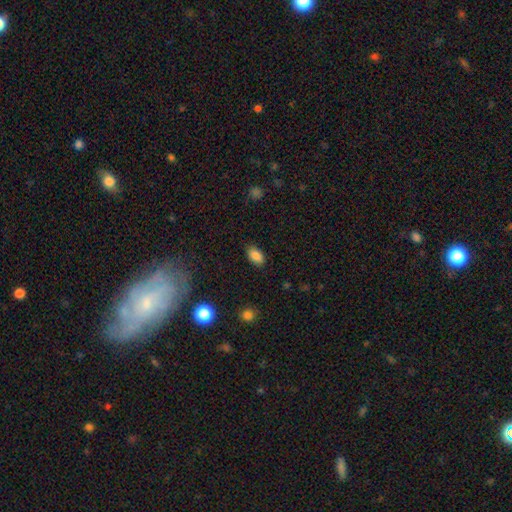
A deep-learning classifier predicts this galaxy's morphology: This is clearly a smooth galaxy (85%). How rounded: clearly in between (91%). Merging: clearly none (85%).